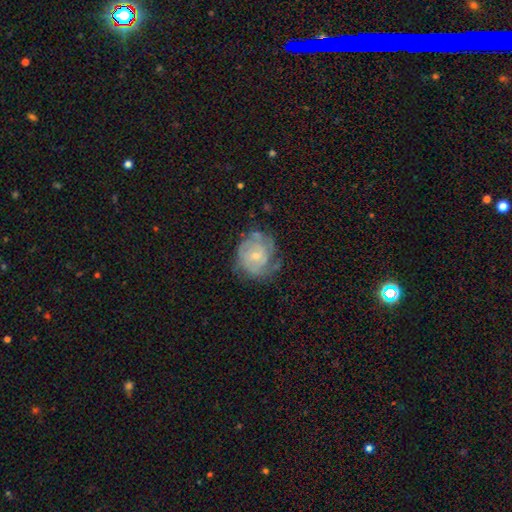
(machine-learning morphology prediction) Smooth or featured?
  - featured or disk: 74% *
  - smooth: 19%
  - star or artifact: 7%
Edge-on disk?
  - no: 98% *
  - yes: 2%
Bar?
  - no: 68% *
  - weak: 28%
  - strong: 4%
Spiral arms?
  - yes: 87% *
  - no: 13%
Spiral winding?
  - tight: 63% *
  - medium: 29%
  - loose: 9%
Spiral arm count?
  - can't tell: 41% *
  - 2: 25%
  - 3: 18%
  - 4: 7%
  - 1: 6%
  - more than 4: 4%
Bulge size?
  - small: 65% *
  - moderate: 30%
  - none: 3%
  - large: 1%
  - dominant: 1%
Merging?
  - none: 59% *
  - minor disturbance: 25%
  - major disturbance: 14%
  - merger: 2%